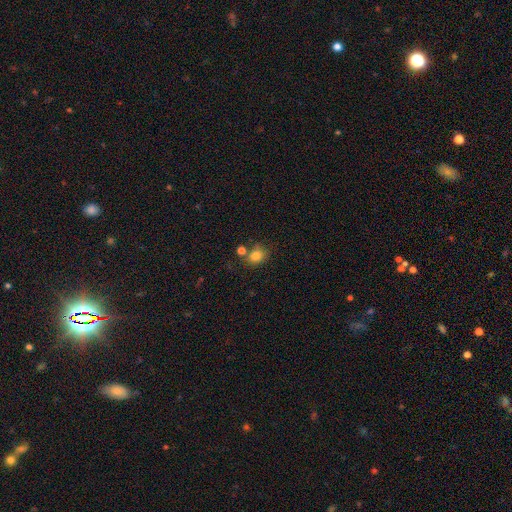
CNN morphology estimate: This appears to be a smooth galaxy with no disk features (80%) that is round (69%). Merging: none (60%).